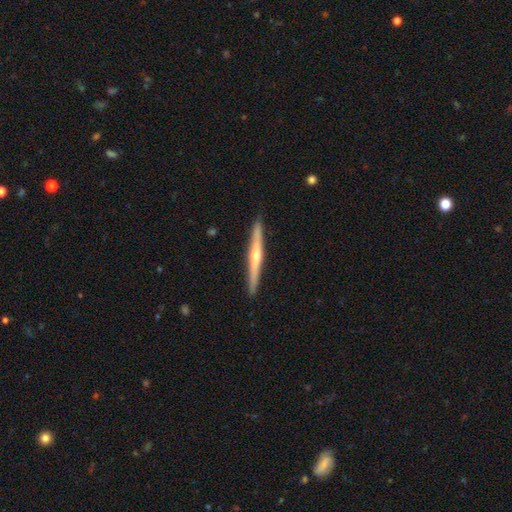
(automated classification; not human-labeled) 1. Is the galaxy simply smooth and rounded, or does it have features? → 69% featured or disk, 26% smooth, 5% star or artifact.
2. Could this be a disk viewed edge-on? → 98% yes, 2% no.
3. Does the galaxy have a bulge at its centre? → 78% rounded, 18% none, 4% boxy.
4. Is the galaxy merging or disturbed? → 92% none, 6% minor disturbance, 1% major disturbance, 1% merger.